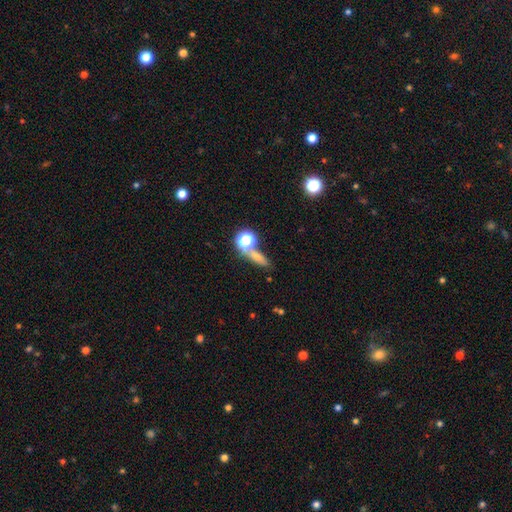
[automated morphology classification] Smooth or featured? Predicted: smooth (p=0.63). How rounded? Predicted: cigar-shaped (p=0.40). Merging? Predicted: none (p=0.63).